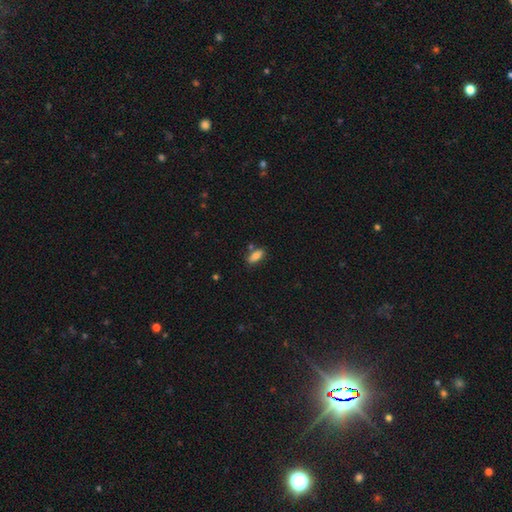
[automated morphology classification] Smooth or featured?
  - smooth: 84% *
  - star or artifact: 8%
  - featured or disk: 7%
How rounded?
  - in between: 81% *
  - cigar-shaped: 17%
  - round: 3%
Merging?
  - none: 72% *
  - minor disturbance: 14%
  - merger: 10%
  - major disturbance: 3%